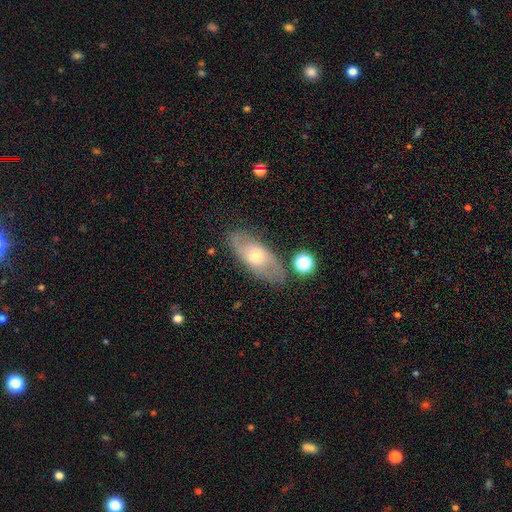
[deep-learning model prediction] The model was most divided on "smooth or featured": featured or disk: 55%, smooth: 37%, star or artifact: 8%. More confident: edge-on disk — no (81%); merging — none (77%).